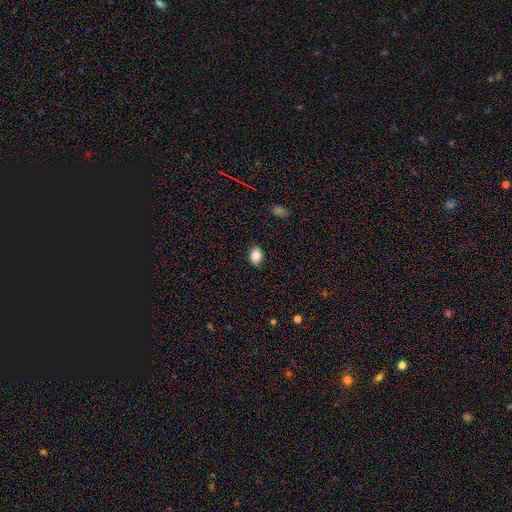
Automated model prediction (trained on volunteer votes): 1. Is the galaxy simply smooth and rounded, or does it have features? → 84% smooth, 9% star or artifact, 7% featured or disk.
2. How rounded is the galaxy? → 60% in between, 38% round, 1% cigar-shaped.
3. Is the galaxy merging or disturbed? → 86% none, 11% minor disturbance, 2% major disturbance, 1% merger.